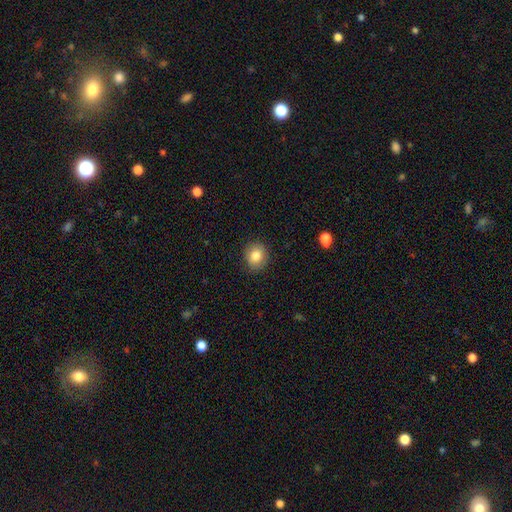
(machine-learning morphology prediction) A smooth galaxy with no disk features (83%) that is round (72%). Merging: none (89%).